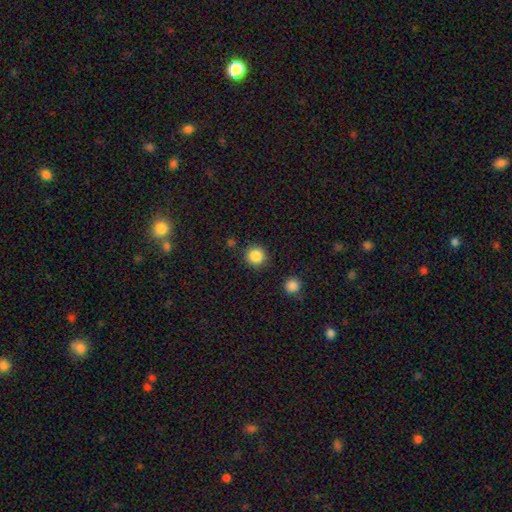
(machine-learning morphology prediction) type=smooth (86%); roundness=round (94%); merging=none (86%).